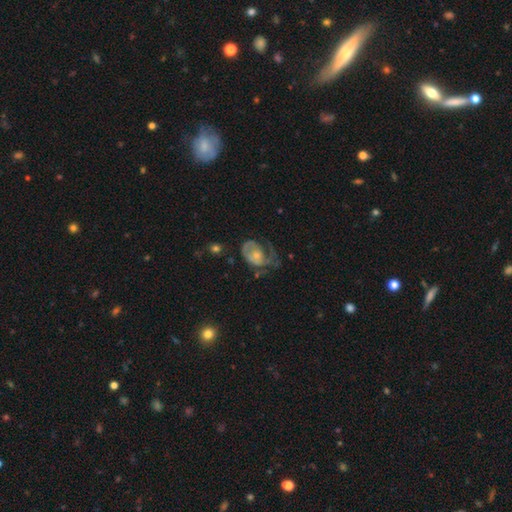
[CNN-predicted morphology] This is possibly a featured or disk galaxy (56%). It is clearly not viewed edge-on (97%). Bar: clearly no (82%). Spiral arm pattern: possibly yes (59%). Central bulge: possibly small (50%). Merging: possibly major disturbance (50%).